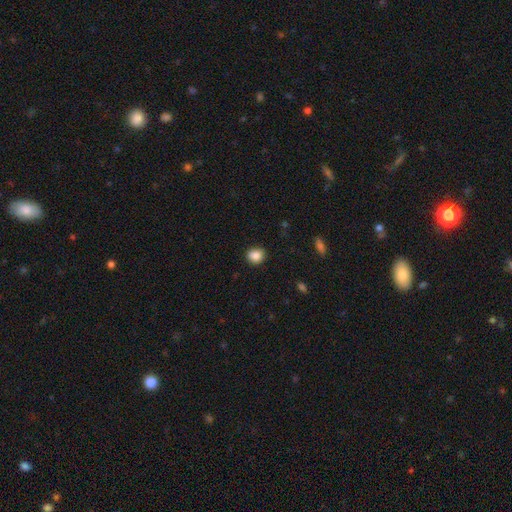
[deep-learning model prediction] Smooth or featured?
  - smooth: 87% *
  - star or artifact: 9%
  - featured or disk: 4%
How rounded?
  - round: 73% *
  - in between: 26%
  - cigar-shaped: 1%
Merging?
  - none: 88% *
  - minor disturbance: 9%
  - major disturbance: 2%
  - merger: 1%